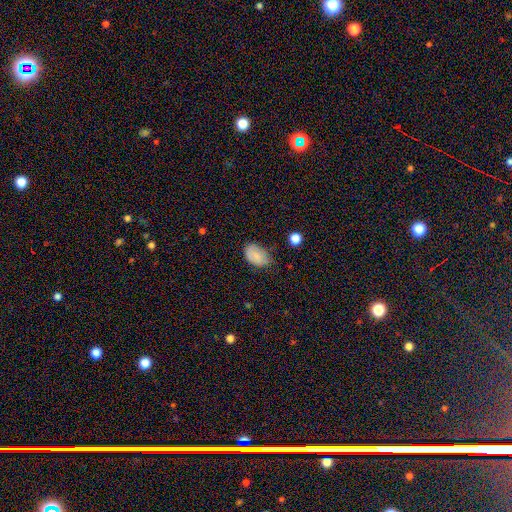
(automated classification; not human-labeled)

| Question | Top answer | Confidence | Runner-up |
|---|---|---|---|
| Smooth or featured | smooth | 79% | featured or disk (12%) |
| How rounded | in between | 86% | round (13%) |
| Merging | none | 58% | minor disturbance (33%) |